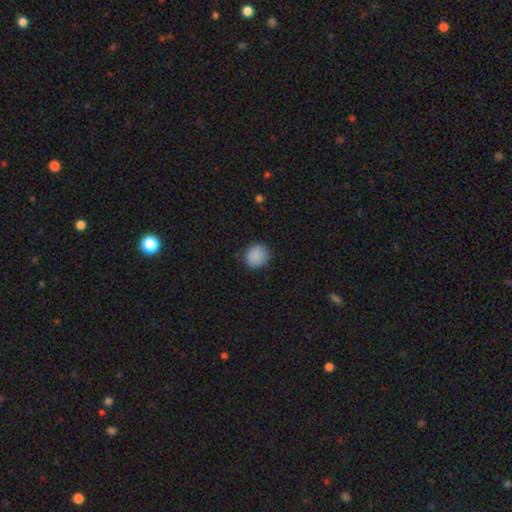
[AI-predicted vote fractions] Smooth or featured?
  - smooth: 88% *
  - star or artifact: 9%
  - featured or disk: 3%
How rounded?
  - round: 85% *
  - in between: 15%
  - cigar-shaped: 1%
Merging?
  - none: 86% *
  - minor disturbance: 11%
  - major disturbance: 3%
  - merger: 1%